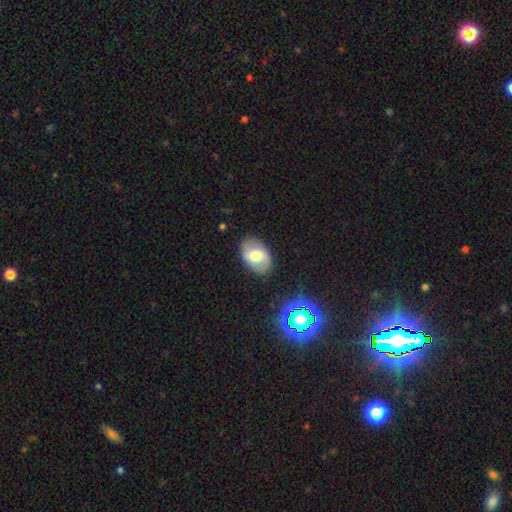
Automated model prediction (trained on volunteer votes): Smooth or featured? smooth (48%)
Merging? none (84%)